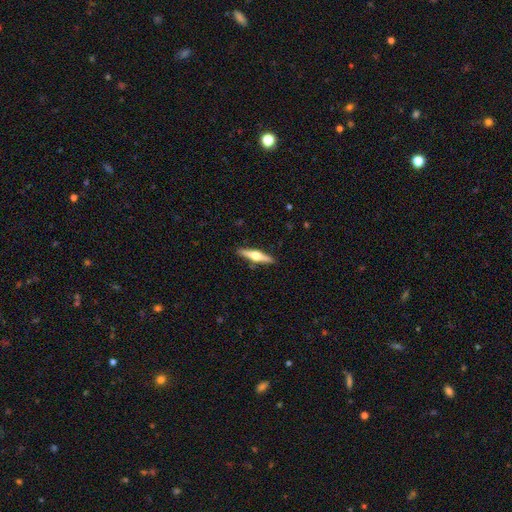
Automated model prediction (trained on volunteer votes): This appears to be a featured or disk galaxy (64%) viewed edge-on (97%) with a rounded central bulge (95%). Merging: none (90%).